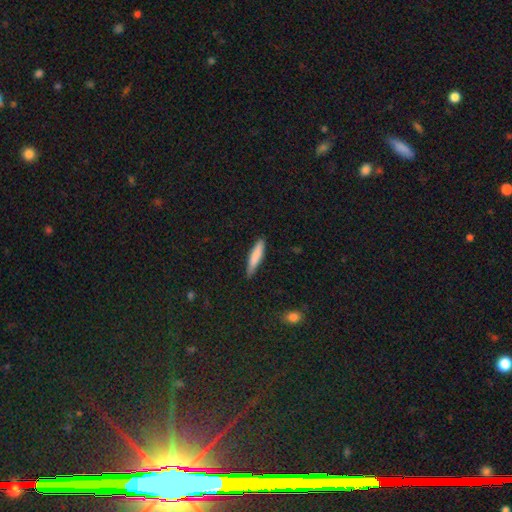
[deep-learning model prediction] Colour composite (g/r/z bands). It shows a smooth galaxy with no disk features (81%) that is cigar-shaped (85%). Merging: none (83%).